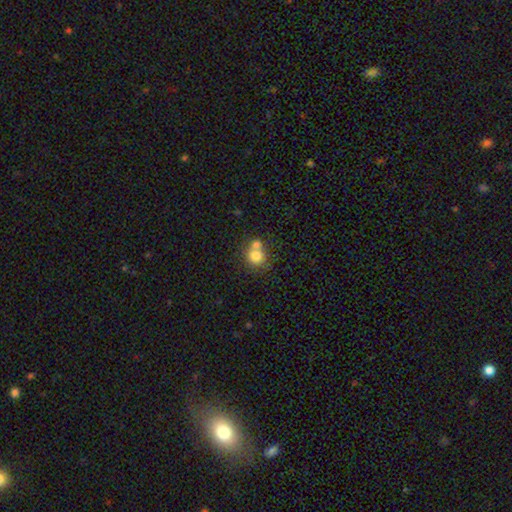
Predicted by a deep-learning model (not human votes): Smooth or featured: smooth — 76% (featured or disk — 13%)
How rounded: round — 82% (in between — 17%)
Merging: merger — 47% (none — 41%)